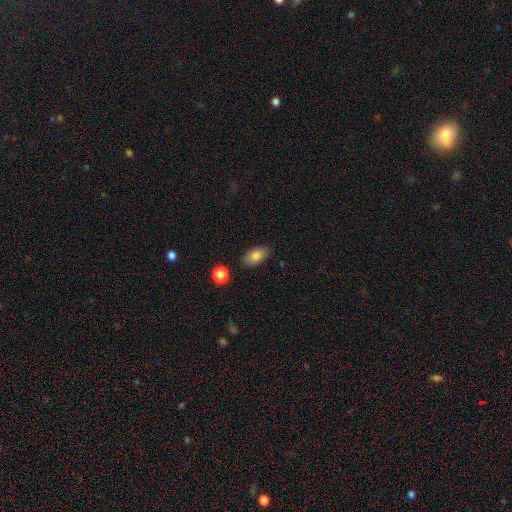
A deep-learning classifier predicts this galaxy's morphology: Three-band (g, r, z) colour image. It shows a smooth galaxy with no disk features (83%) that is in between round and cigar-shaped (91%). Merging: none (84%).